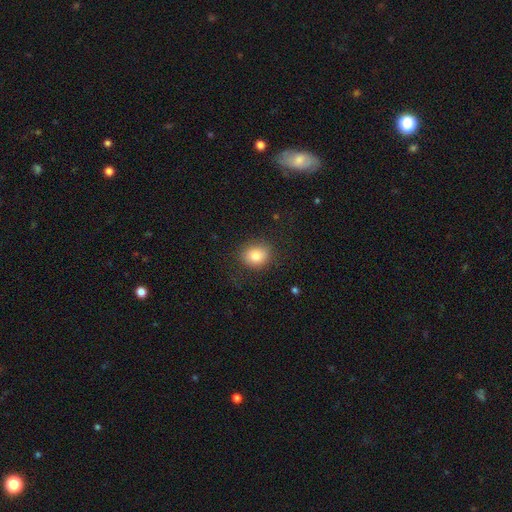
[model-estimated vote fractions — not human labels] A smooth galaxy with no disk features (82%) that is round (66%).

Vote fractions:
- Smooth or featured? smooth: 82% / star or artifact: 10% / featured or disk: 8%
- How rounded? round: 66% / in between: 33% / cigar-shaped: 1%
- Merging? none: 82% / minor disturbance: 12% / major disturbance: 5% / merger: 1%